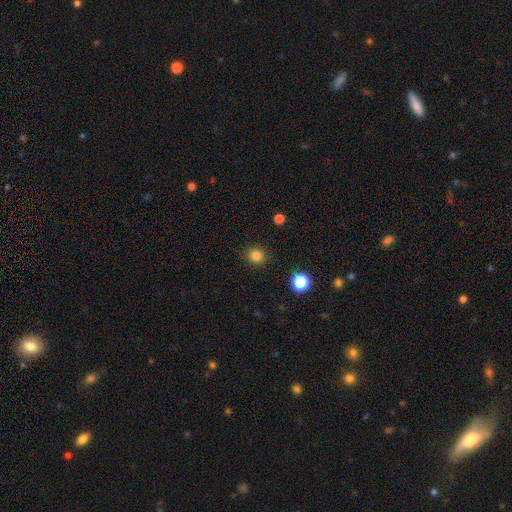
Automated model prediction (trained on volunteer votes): A smooth galaxy with no disk features (83%) that is round (89%). Merging: none (90%).